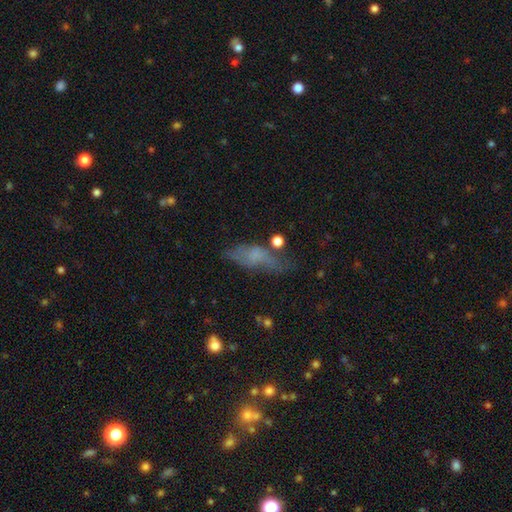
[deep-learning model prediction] smooth-or-featured: smooth: 53% | featured or disk: 33% | star or artifact: 14%
  how-rounded: in between: 58% | cigar-shaped: 37% | round: 5%
  merging: none: 45% | minor disturbance: 28% | major disturbance: 22% | merger: 6%